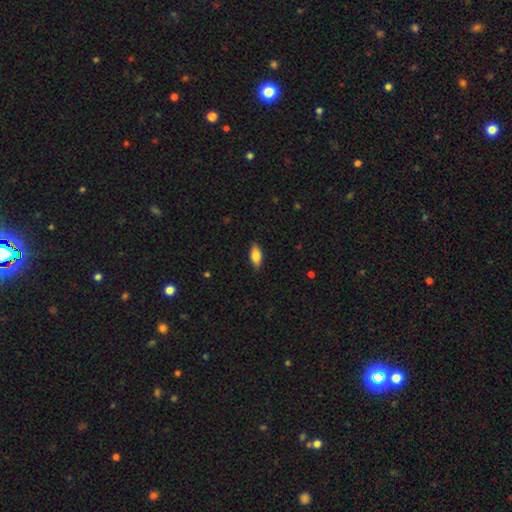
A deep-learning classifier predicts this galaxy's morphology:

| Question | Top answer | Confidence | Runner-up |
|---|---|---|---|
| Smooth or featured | smooth | 81% | featured or disk (13%) |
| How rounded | in between | 84% | cigar-shaped (13%) |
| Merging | none | 86% | minor disturbance (11%) |